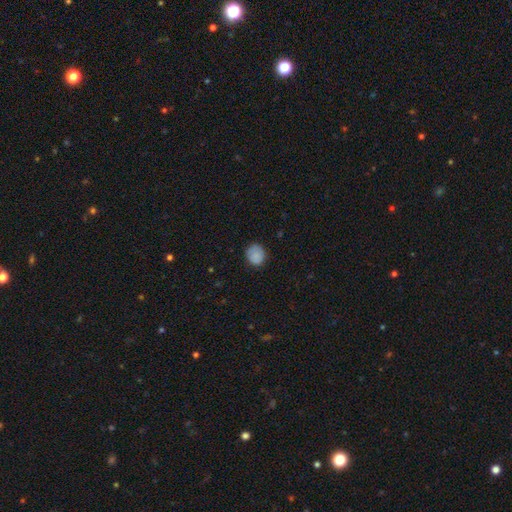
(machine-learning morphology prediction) Smooth or featured?
  - smooth: 85% *
  - star or artifact: 9%
  - featured or disk: 6%
How rounded?
  - round: 79% *
  - in between: 21%
  - cigar-shaped: 1%
Merging?
  - none: 79% *
  - minor disturbance: 17%
  - major disturbance: 3%
  - merger: 1%